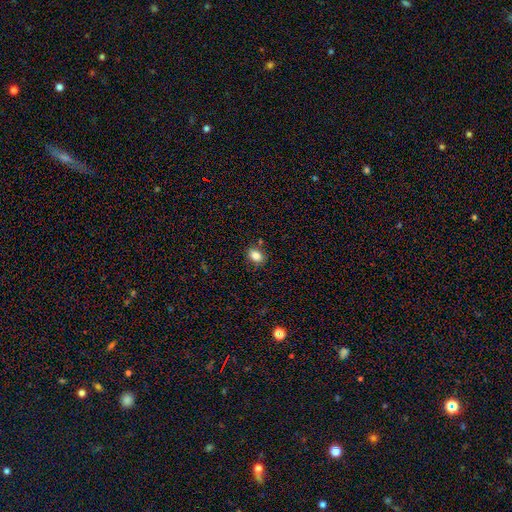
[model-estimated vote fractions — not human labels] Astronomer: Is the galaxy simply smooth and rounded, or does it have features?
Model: smooth — 84%.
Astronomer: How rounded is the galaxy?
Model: in between — 69%.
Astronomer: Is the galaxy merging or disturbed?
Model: none — 81%.